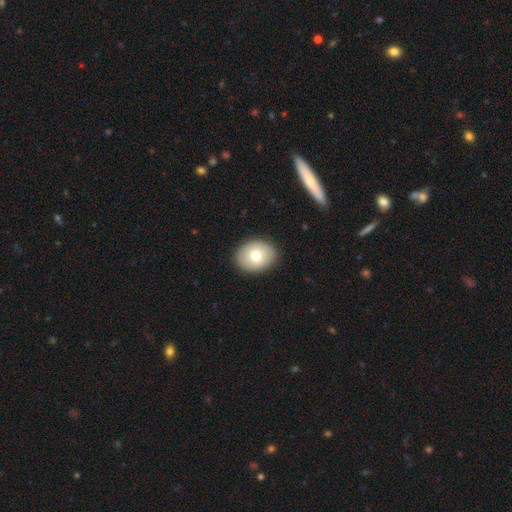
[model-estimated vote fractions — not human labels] Smooth or featured?
  - smooth: 75% *
  - featured or disk: 17%
  - star or artifact: 8%
How rounded?
  - in between: 52% *
  - round: 47%
  - cigar-shaped: 1%
Merging?
  - none: 89% *
  - minor disturbance: 8%
  - major disturbance: 2%
  - merger: 1%